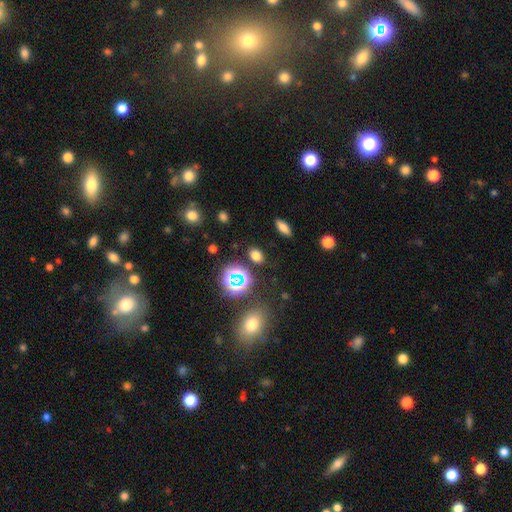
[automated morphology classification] smooth-or-featured: smooth: 66% | star or artifact: 28% | featured or disk: 7%
  how-rounded: in between: 70% | round: 26% | cigar-shaped: 3%
  merging: none: 83% | minor disturbance: 9% | major disturbance: 4% | merger: 4%